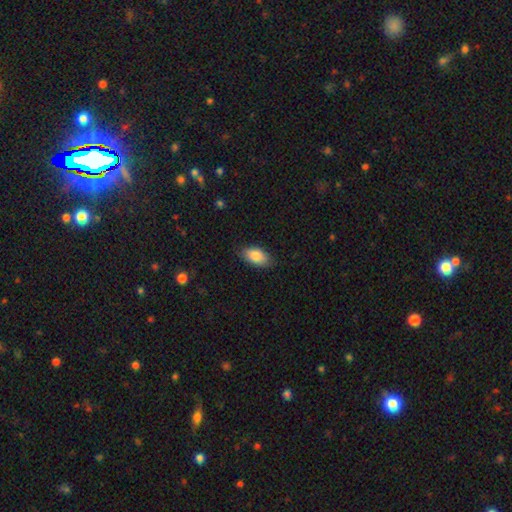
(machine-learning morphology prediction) type=smooth (87%); roundness=in between (93%); merging=none (80%).